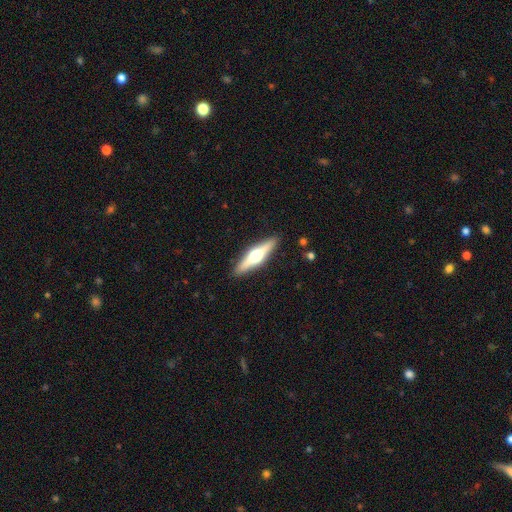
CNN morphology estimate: Smooth or featured? featured or disk (64%)
Edge-on disk? yes (96%)
Edge-on bulge? rounded (95%)
Merging? none (90%)